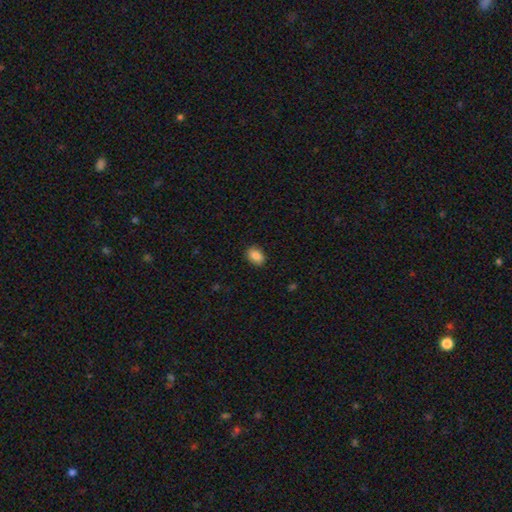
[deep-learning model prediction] smooth 88%, star or artifact 8%, featured or disk 4%. Down the decision tree: how rounded — in between (75%); merging — none (88%).